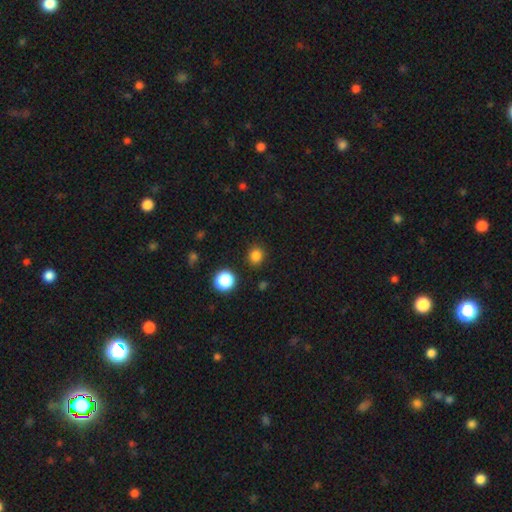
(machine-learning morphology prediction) Smooth or featured? smooth (82%)
How rounded? round (87%)
Merging? none (89%)